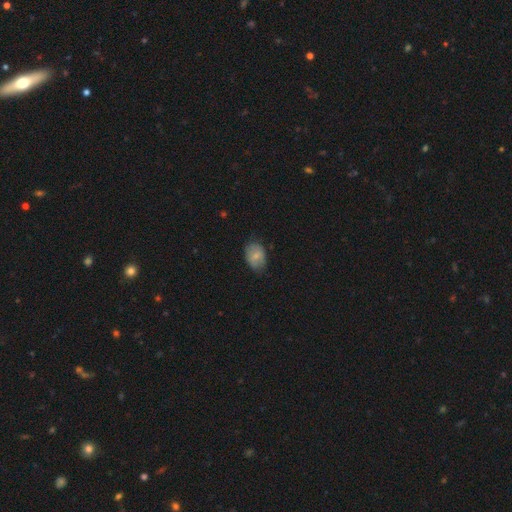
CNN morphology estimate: Smooth or featured? Predicted: smooth (p=0.72). How rounded? Predicted: in between (p=0.75). Merging? Predicted: none (p=0.69).